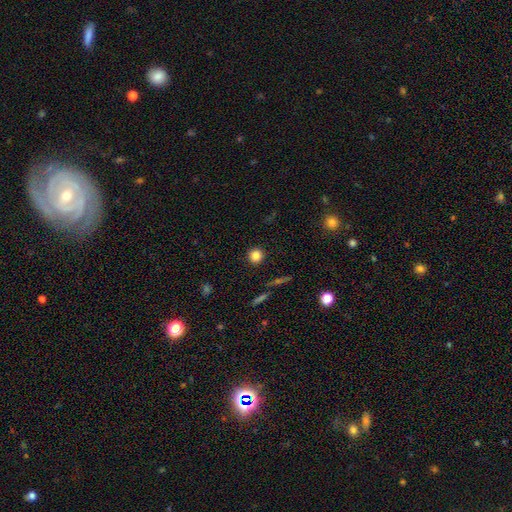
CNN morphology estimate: Smooth or featured?
  - smooth: 82% *
  - star or artifact: 12%
  - featured or disk: 7%
How rounded?
  - round: 93% *
  - in between: 6%
  - cigar-shaped: 1%
Merging?
  - none: 91% *
  - minor disturbance: 5%
  - major disturbance: 2%
  - merger: 1%